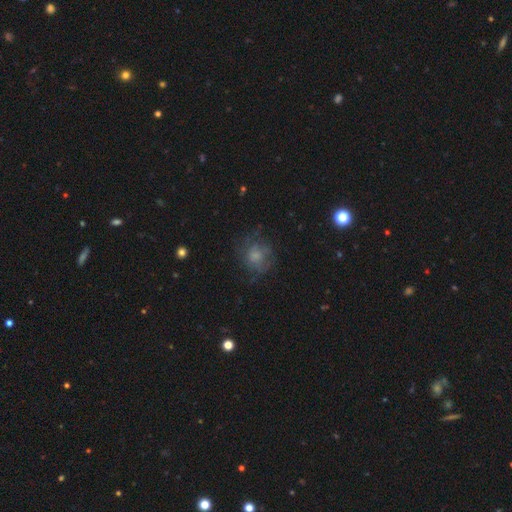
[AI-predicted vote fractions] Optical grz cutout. It shows a smooth galaxy with no disk features (56%) that is round (76%). Merging: none (60%).